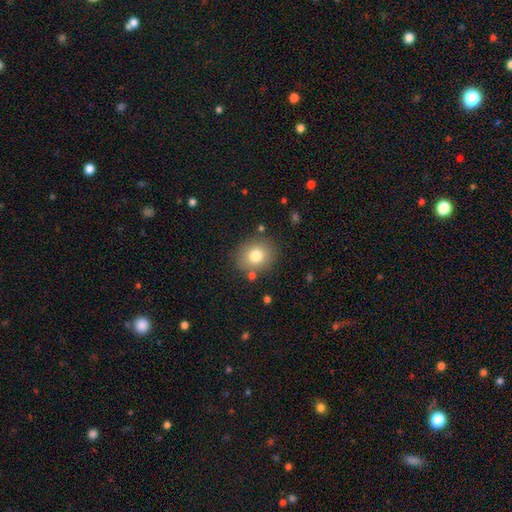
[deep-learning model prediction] This appears to be a smooth galaxy with no disk features (78%) that is round (75%). Merging: none (82%).